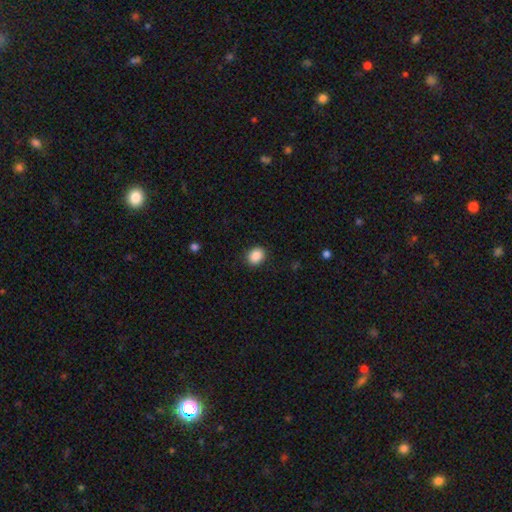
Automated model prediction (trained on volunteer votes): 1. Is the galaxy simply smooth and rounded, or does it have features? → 88% smooth, 9% star or artifact, 3% featured or disk.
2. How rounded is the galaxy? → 53% round, 46% in between, 1% cigar-shaped.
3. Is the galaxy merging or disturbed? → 89% none, 8% minor disturbance, 2% major disturbance, 1% merger.